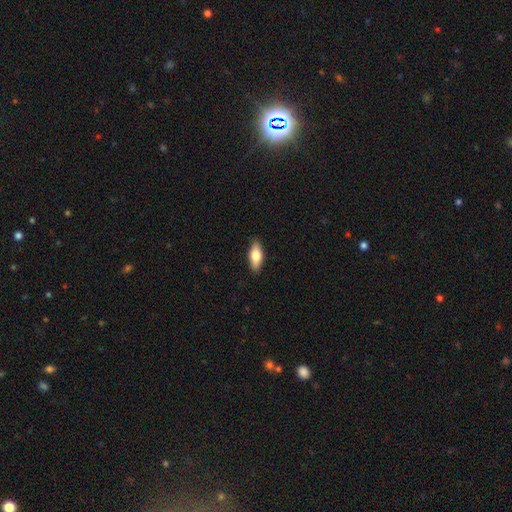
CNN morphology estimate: type=smooth (73%); roundness=in between (79%); merging=none (89%).